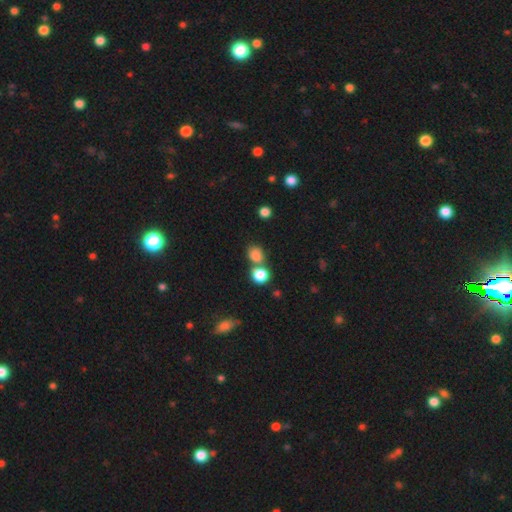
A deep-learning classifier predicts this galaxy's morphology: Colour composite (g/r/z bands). It shows a smooth galaxy with no disk features (81%) that is round (69%). Merging: none (55%).